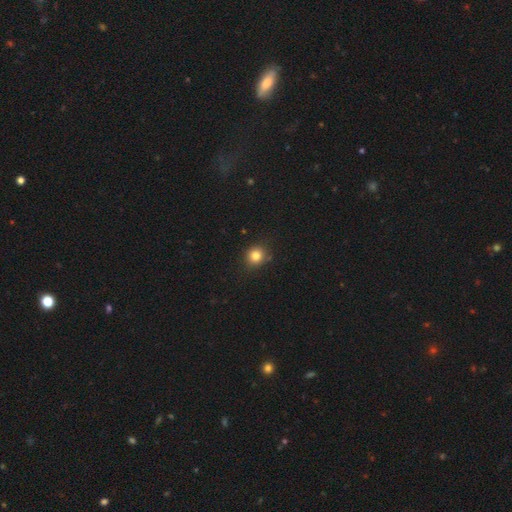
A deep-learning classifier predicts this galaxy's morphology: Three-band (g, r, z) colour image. It shows a smooth galaxy with no disk features (83%) that is round (85%). Merging: none (83%).